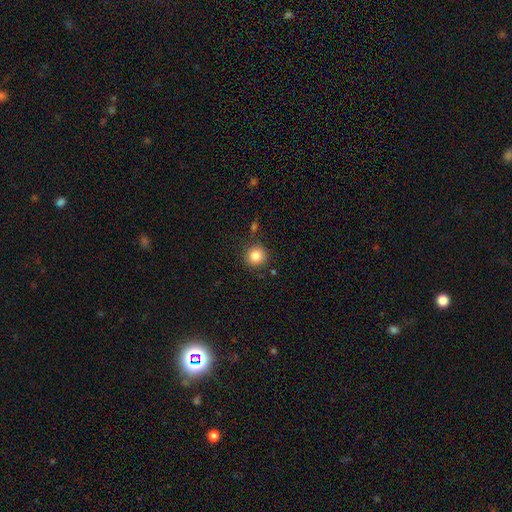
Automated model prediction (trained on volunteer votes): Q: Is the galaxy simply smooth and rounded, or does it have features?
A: smooth — 83%.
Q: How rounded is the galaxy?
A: round — 93%.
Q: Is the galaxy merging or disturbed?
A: none — 86%.